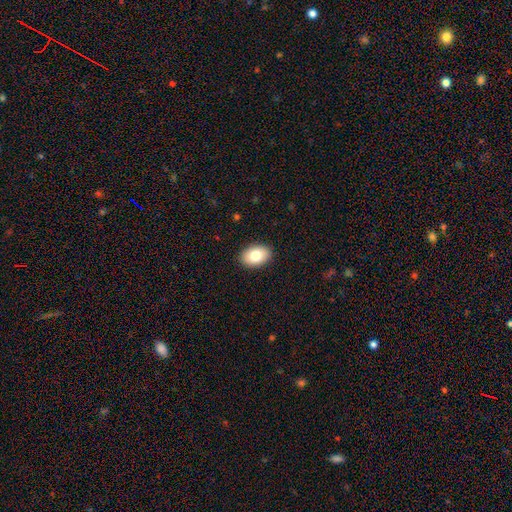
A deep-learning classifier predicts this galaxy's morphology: smooth-or-featured: smooth: 81% | featured or disk: 11% | star or artifact: 7%
  how-rounded: in between: 87% | round: 12% | cigar-shaped: 1%
  merging: none: 90% | minor disturbance: 7% | major disturbance: 2% | merger: 1%